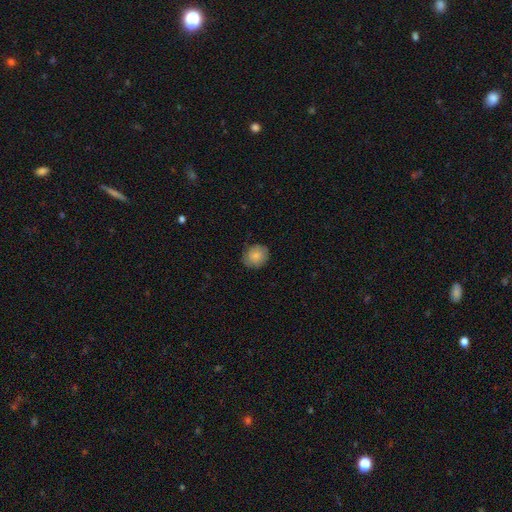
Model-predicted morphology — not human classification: Smooth or featured: smooth — 80% (featured or disk — 12%)
How rounded: round — 76% (in between — 23%)
Merging: none — 81% (minor disturbance — 15%)